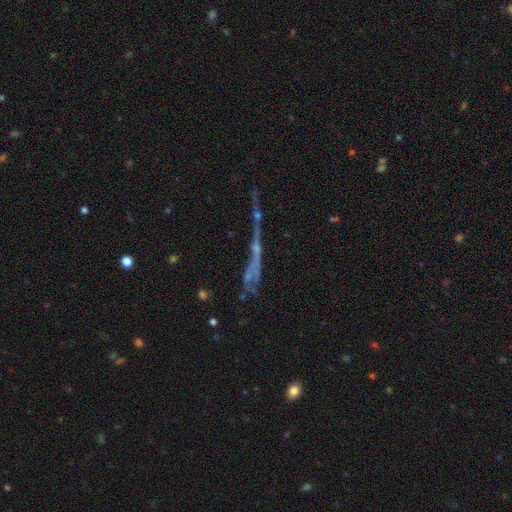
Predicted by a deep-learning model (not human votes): Smooth or featured?
  - featured or disk: 44% *
  - star or artifact: 33%
  - smooth: 23%
Merging?
  - none: 39% *
  - major disturbance: 24%
  - merger: 23%
  - minor disturbance: 14%